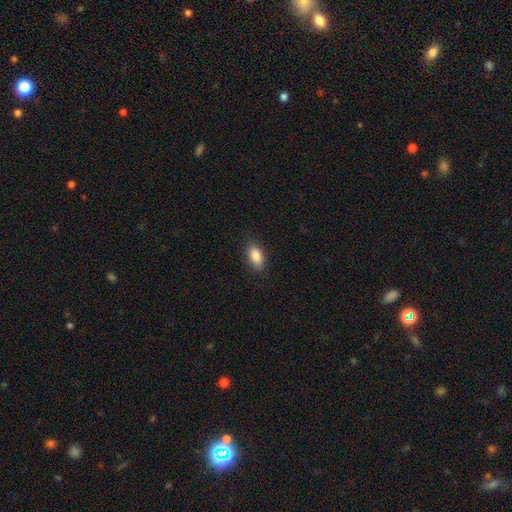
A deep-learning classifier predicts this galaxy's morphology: A smooth galaxy with no disk features (86%) that is in between round and cigar-shaped (90%). Merging: none (85%).